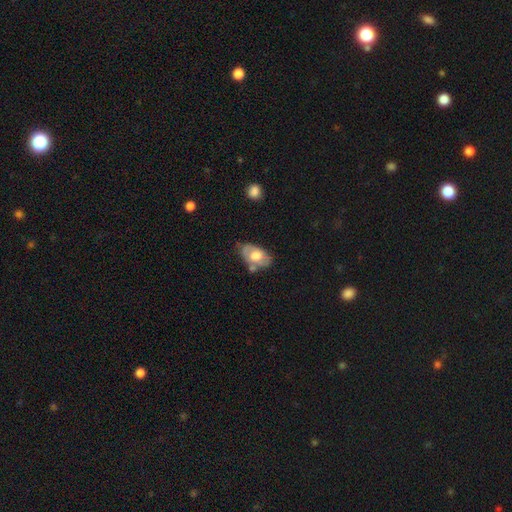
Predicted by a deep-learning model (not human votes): smooth-or-featured: smooth: 49% | featured or disk: 44% | star or artifact: 6%
  merging: none: 50% | minor disturbance: 29% | merger: 13% | major disturbance: 8%